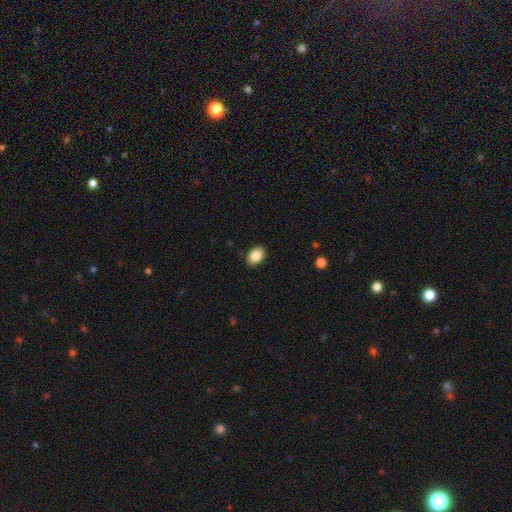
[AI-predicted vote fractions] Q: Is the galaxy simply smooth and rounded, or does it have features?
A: smooth — 87%.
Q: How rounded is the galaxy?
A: in between — 86%.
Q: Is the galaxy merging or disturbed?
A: none — 89%.